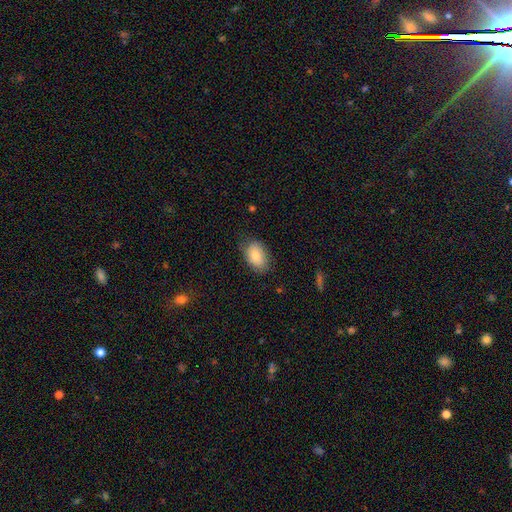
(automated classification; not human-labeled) A smooth galaxy with no disk features (83%) that is in between round and cigar-shaped (90%). Merging: none (75%).